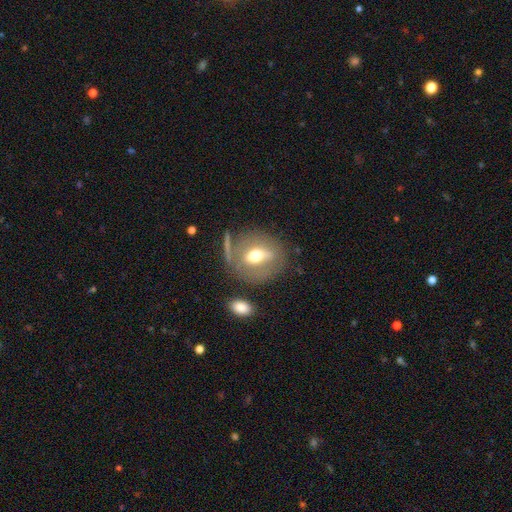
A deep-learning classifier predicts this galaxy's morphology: A smooth galaxy with no disk features (46%).

Vote fractions:
- Smooth or featured? smooth: 46% / featured or disk: 45% / star or artifact: 9%
- Merging? none: 71% / minor disturbance: 14% / major disturbance: 8% / merger: 7%